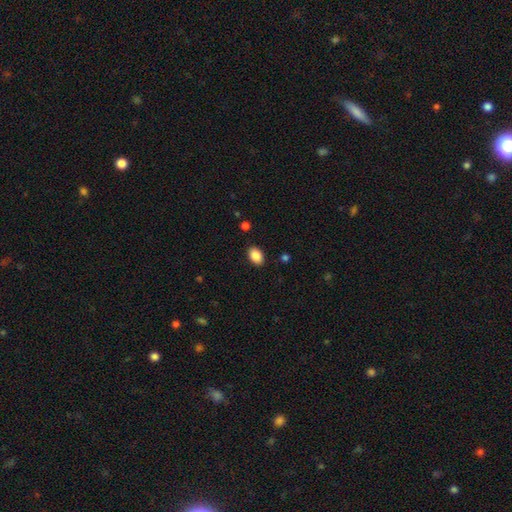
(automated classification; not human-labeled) A smooth galaxy with no disk features (89%) that is in between round and cigar-shaped (83%).

Vote fractions:
- Smooth or featured? smooth: 89% / star or artifact: 8% / featured or disk: 4%
- How rounded? in between: 83% / round: 16% / cigar-shaped: 1%
- Merging? none: 88% / minor disturbance: 8% / major disturbance: 2% / merger: 1%